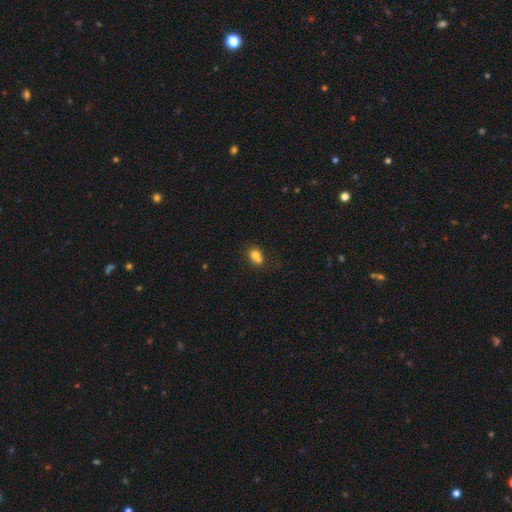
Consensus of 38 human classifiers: smooth_or_featured: smooth (p=0.79) [alt: featured or disk p=0.13]
how_rounded: in between (p=0.53) [alt: round p=0.47]
merging: none (p=0.43) [alt: merger p=0.31]